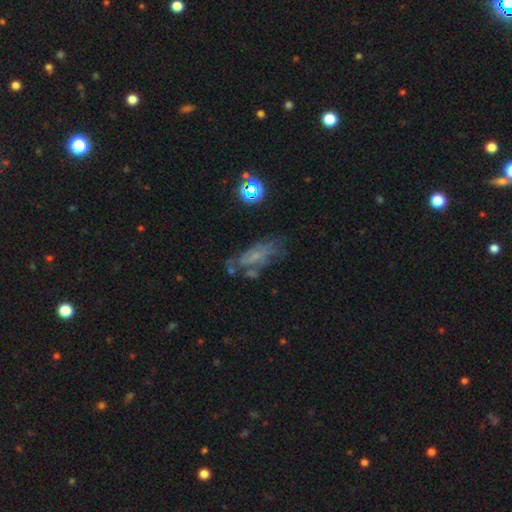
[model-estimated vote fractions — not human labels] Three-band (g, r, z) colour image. It shows a featured or disk galaxy (52%). Merging: none (43%).